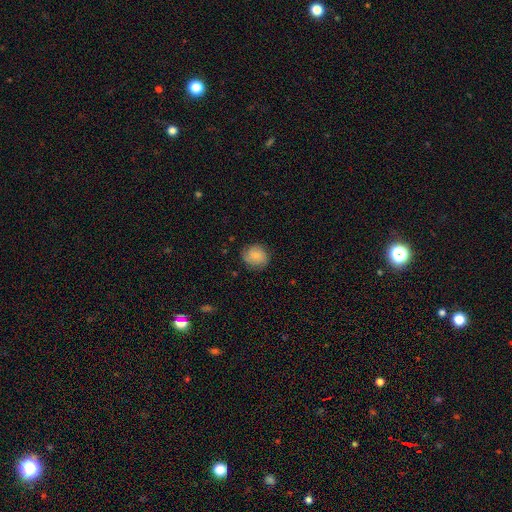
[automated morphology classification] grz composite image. It shows a smooth galaxy with no disk features (60%) that is round (82%). Merging: none (77%).